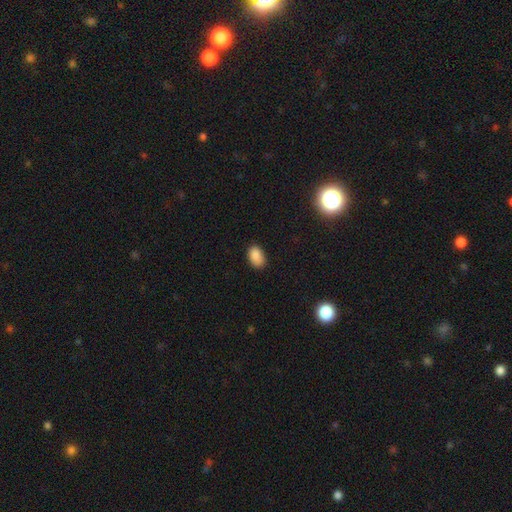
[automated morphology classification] Smooth or featured?
  - smooth: 86% *
  - star or artifact: 9%
  - featured or disk: 5%
How rounded?
  - in between: 89% *
  - round: 10%
  - cigar-shaped: 1%
Merging?
  - none: 79% *
  - minor disturbance: 17%
  - major disturbance: 3%
  - merger: 1%